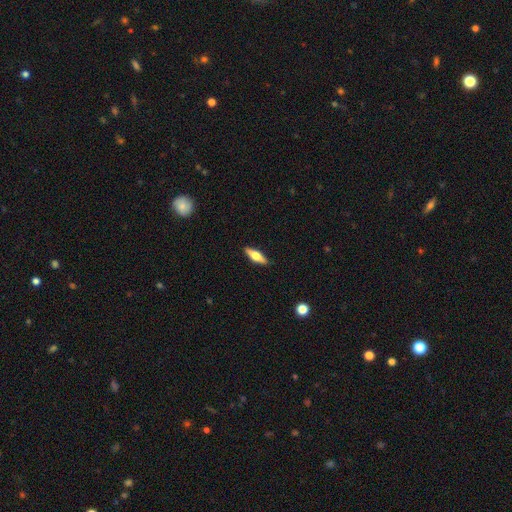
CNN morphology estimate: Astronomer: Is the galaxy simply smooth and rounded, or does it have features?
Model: smooth — 51% (runner-up: featured or disk, 43%).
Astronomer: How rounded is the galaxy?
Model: cigar-shaped — 52% (runner-up: in between, 45%).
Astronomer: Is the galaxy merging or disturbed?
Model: none — 89%.